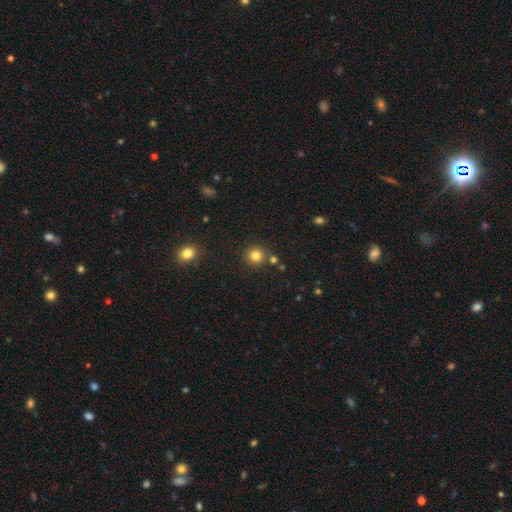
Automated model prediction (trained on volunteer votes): smooth-or-featured: smooth: 81% | star or artifact: 13% | featured or disk: 6%
  how-rounded: round: 93% | in between: 6% | cigar-shaped: 1%
  merging: none: 82% | merger: 8% | minor disturbance: 7% | major disturbance: 2%